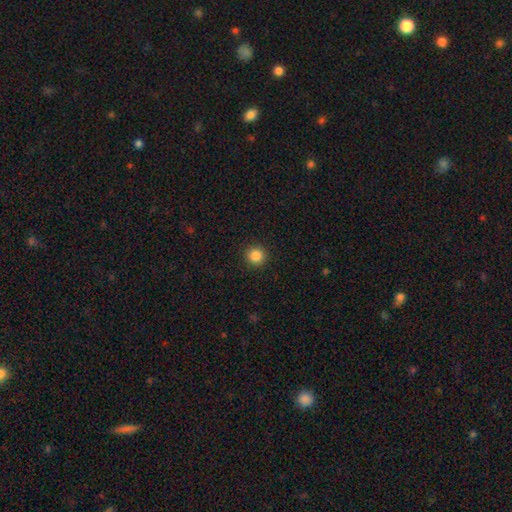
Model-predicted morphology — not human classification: Smooth or featured?
  - smooth: 85% *
  - star or artifact: 11%
  - featured or disk: 4%
How rounded?
  - round: 95% *
  - in between: 4%
  - cigar-shaped: 1%
Merging?
  - none: 93% *
  - minor disturbance: 4%
  - major disturbance: 2%
  - merger: 1%